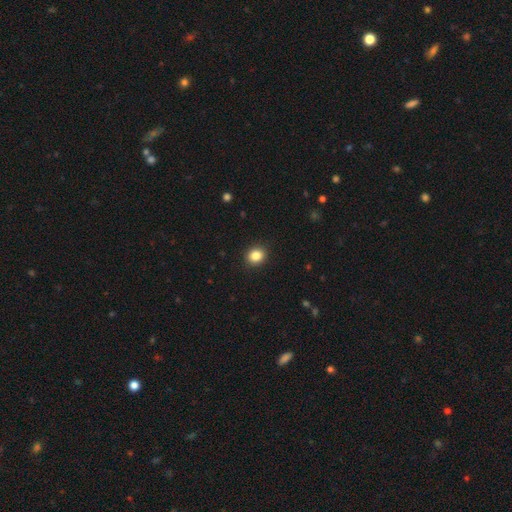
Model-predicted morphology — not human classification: A smooth galaxy with no disk features (85%) that is round (72%).

Vote fractions:
- Smooth or featured? smooth: 85% / star or artifact: 11% / featured or disk: 4%
- How rounded? round: 72% / in between: 28% / cigar-shaped: 1%
- Merging? none: 91% / minor disturbance: 7% / major disturbance: 2% / merger: 1%